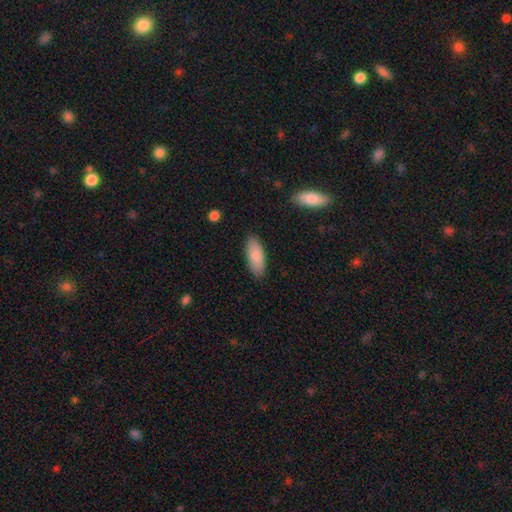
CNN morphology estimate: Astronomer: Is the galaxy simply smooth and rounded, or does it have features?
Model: smooth — 86%.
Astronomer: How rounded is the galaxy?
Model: in between — 80%.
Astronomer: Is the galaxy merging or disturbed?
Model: none — 87%.